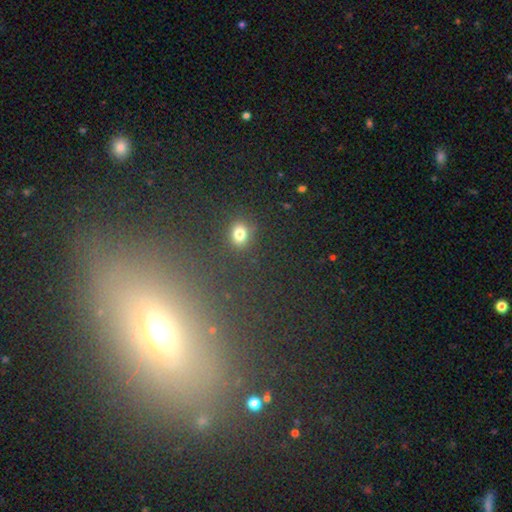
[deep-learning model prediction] A smooth galaxy with no disk features (46%).

Vote fractions:
- Smooth or featured? smooth: 46% / star or artifact: 33% / featured or disk: 22%
- Merging? none: 81% / minor disturbance: 10% / major disturbance: 6% / merger: 4%